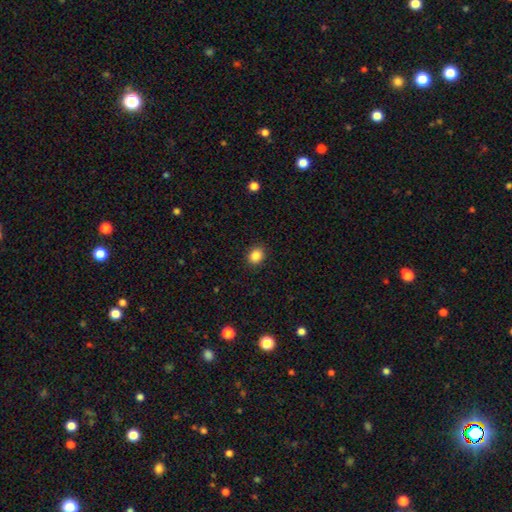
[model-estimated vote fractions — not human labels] Smooth or featured: smooth — 86% (star or artifact — 10%)
How rounded: round — 69% (in between — 30%)
Merging: none — 90% (minor disturbance — 7%)